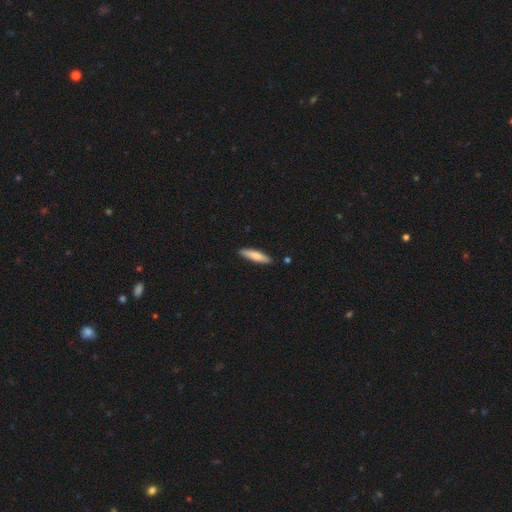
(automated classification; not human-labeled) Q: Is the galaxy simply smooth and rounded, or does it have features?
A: smooth — 77%.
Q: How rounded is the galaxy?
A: cigar-shaped — 78%.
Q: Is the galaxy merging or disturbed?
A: none — 89%.